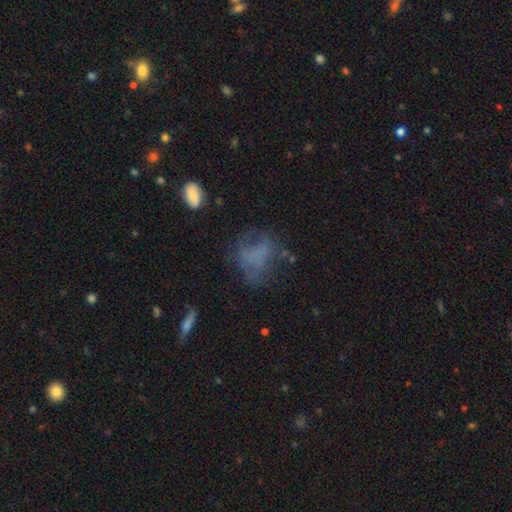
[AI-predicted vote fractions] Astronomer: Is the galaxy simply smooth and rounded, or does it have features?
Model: smooth — 45% (runner-up: featured or disk, 37%).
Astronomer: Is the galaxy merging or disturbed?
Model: none — 43% (runner-up: major disturbance, 31%).